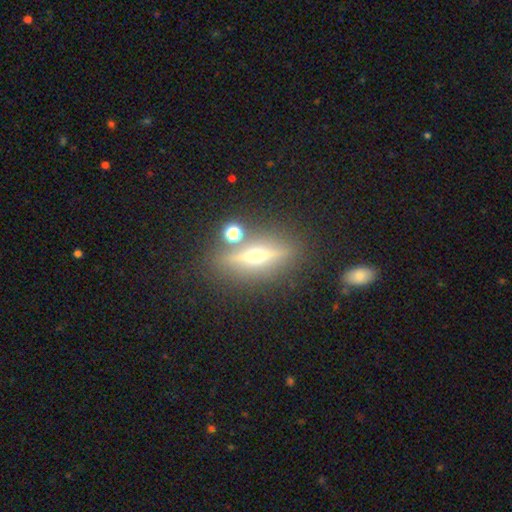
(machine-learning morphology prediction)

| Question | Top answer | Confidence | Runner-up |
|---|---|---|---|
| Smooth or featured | featured or disk | 72% | smooth (18%) |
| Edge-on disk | yes | 92% | no (8%) |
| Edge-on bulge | rounded | 95% | none (3%) |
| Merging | none | 83% | minor disturbance (9%) |